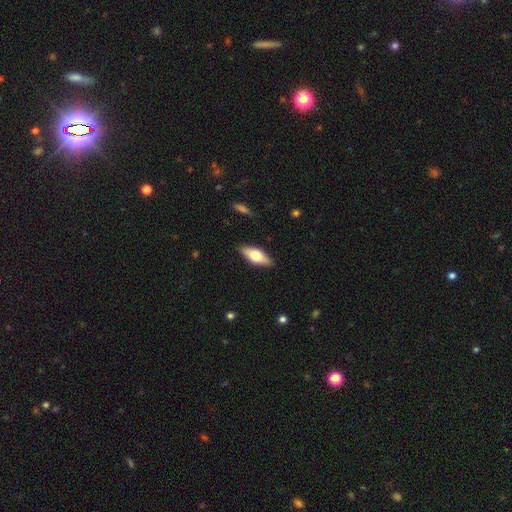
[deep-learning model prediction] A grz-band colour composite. It shows a smooth galaxy with no disk features (57%) that is in between round and cigar-shaped (72%). Merging: none (88%).